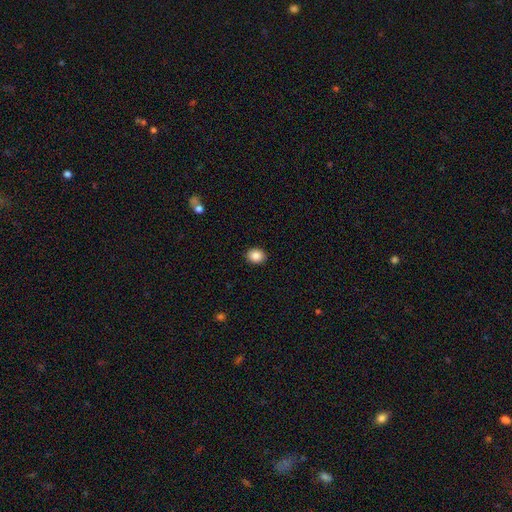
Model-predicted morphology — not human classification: Smooth or featured?
  - smooth: 87% *
  - star or artifact: 9%
  - featured or disk: 4%
How rounded?
  - round: 61% *
  - in between: 38%
  - cigar-shaped: 1%
Merging?
  - none: 92% *
  - minor disturbance: 6%
  - major disturbance: 2%
  - merger: 1%